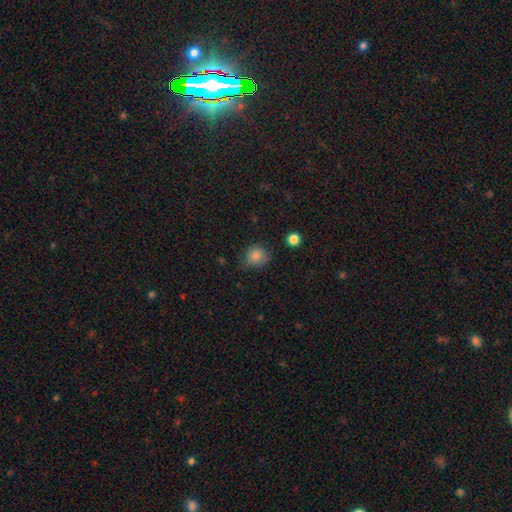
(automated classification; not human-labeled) Morphology: type=smooth (84%); roundness=round (79%); merging=none (71%).